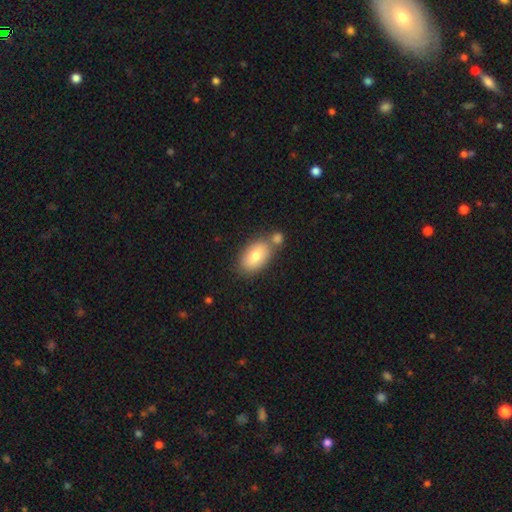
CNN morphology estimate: This is likely a smooth galaxy (76%). How rounded: clearly in between (91%). Merging: possibly none (57%).